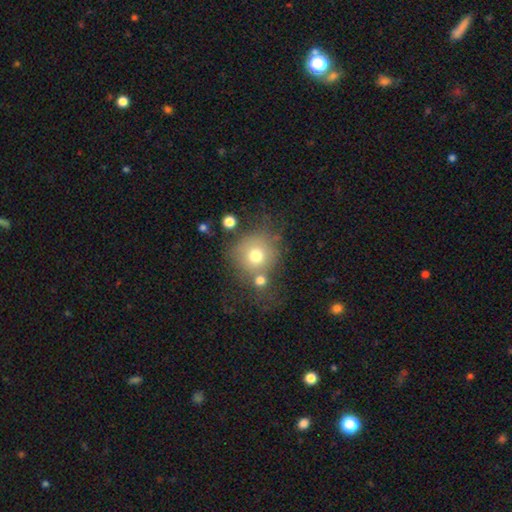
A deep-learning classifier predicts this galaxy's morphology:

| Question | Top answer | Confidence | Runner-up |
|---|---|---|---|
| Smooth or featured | smooth | 70% | featured or disk (17%) |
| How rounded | round | 90% | in between (9%) |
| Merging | none | 53% | merger (24%) |